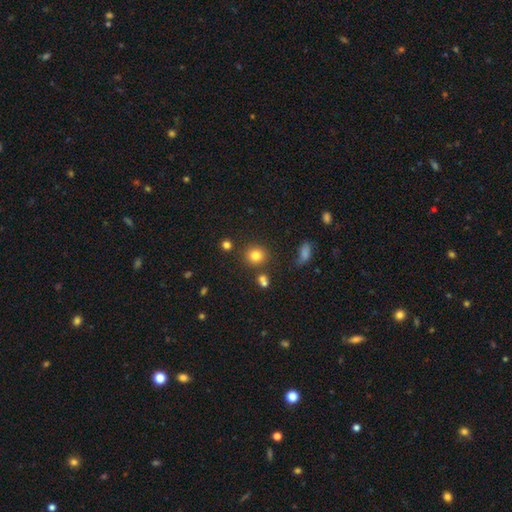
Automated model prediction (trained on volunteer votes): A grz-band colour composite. It shows a smooth galaxy with no disk features (81%) that is round (85%). Merging: none (82%).